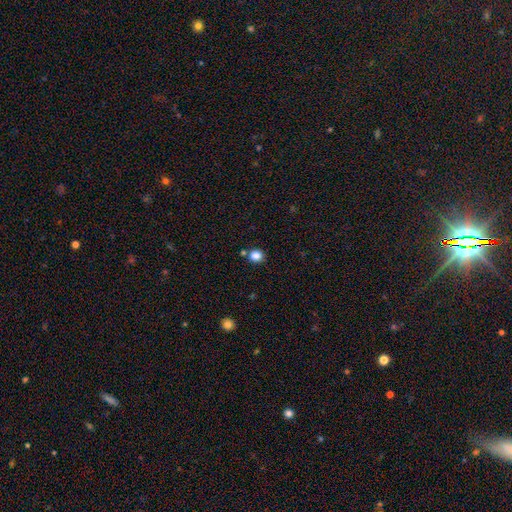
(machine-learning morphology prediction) smooth 84%, star or artifact 12%, featured or disk 4%. Down the decision tree: how rounded — round (79%); merging — none (77%).